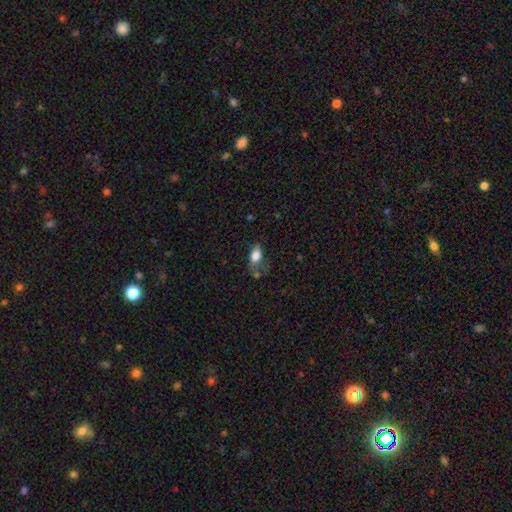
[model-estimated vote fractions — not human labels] smooth_or_featured: smooth (p=0.78) [alt: featured or disk p=0.13]
how_rounded: in between (p=0.86) [alt: round p=0.10]
merging: none (p=0.36) [alt: minor disturbance p=0.31]